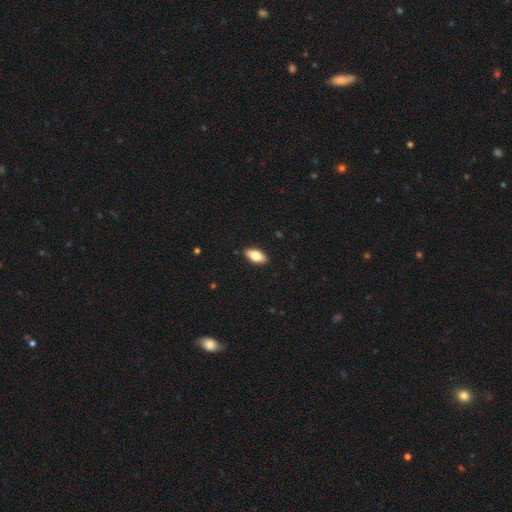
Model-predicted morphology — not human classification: The model was most divided on "smooth or featured": smooth: 77%, featured or disk: 16%, star or artifact: 7%. More confident: how rounded — in between (90%); merging — none (90%).